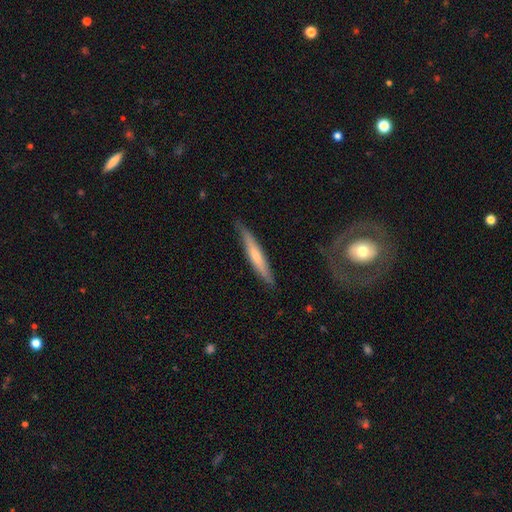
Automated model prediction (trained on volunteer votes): This appears to be a featured or disk galaxy (51%) viewed edge-on (88%). Merging: none (82%).